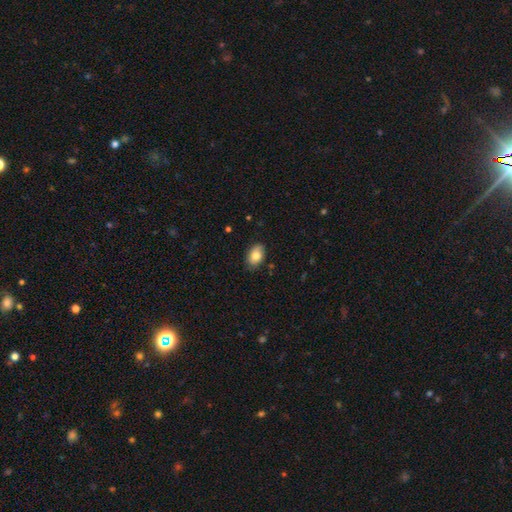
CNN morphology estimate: Q: Smooth or featured?
A: smooth (81%); runner-up: featured or disk (12%)
Q: How rounded?
A: in between (90%); runner-up: round (9%)
Q: Merging?
A: none (83%); runner-up: minor disturbance (14%)